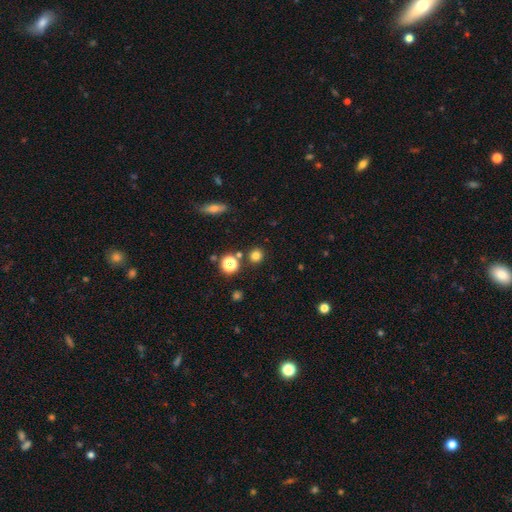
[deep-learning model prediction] Smooth or featured: smooth — 78% (star or artifact — 17%)
How rounded: round — 91% (in between — 8%)
Merging: none — 85% (minor disturbance — 7%)